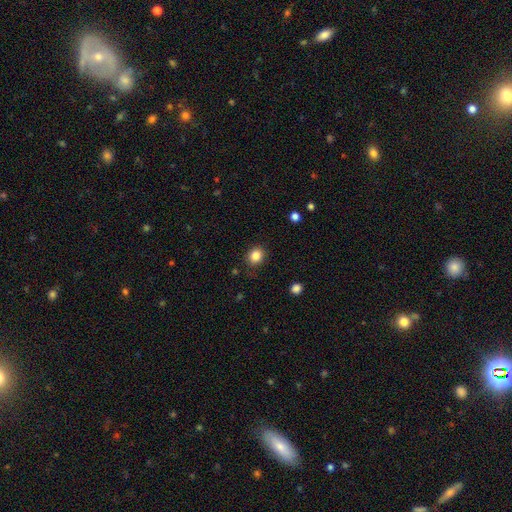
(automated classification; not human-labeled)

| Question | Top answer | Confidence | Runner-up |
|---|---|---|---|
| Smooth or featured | smooth | 84% | star or artifact (11%) |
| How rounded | round | 74% | in between (25%) |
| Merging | none | 86% | minor disturbance (10%) |